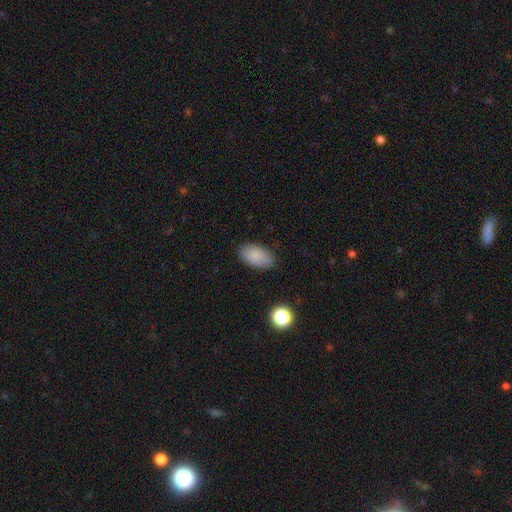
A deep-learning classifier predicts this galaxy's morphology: The model was most divided on "merging": none: 84%, minor disturbance: 12%, major disturbance: 3%, merger: 1%. More confident: how rounded — in between (93%); smooth or featured — smooth (85%).